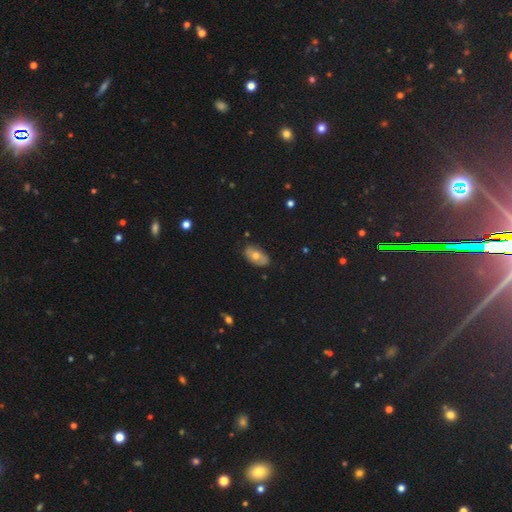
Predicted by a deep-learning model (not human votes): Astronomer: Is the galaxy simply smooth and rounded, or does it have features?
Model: smooth — 59% (runner-up: featured or disk, 34%).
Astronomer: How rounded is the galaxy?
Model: in between — 91%.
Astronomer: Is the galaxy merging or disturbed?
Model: none — 81%.